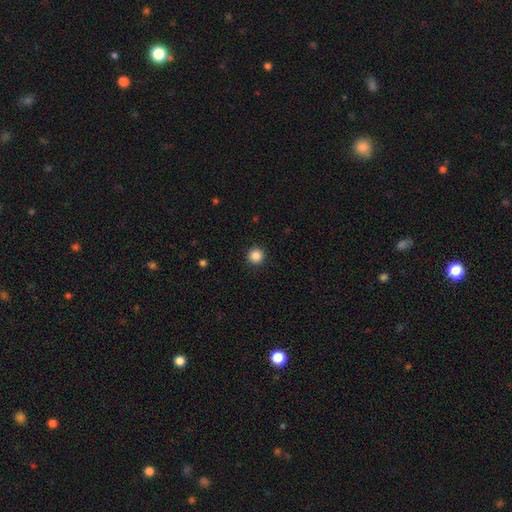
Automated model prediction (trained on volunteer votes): A smooth galaxy with no disk features (87%) that is round (95%). Merging: none (92%).